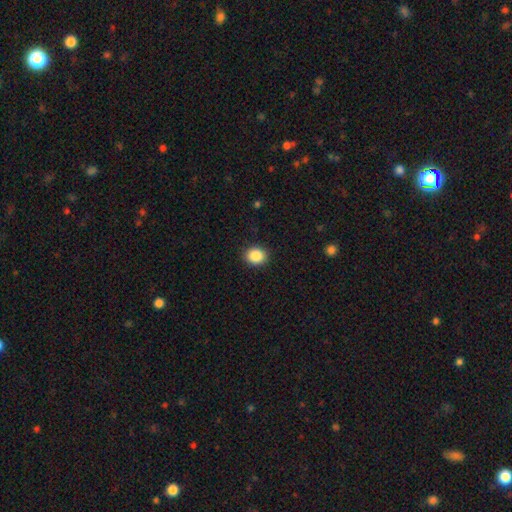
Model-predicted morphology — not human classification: Smooth or featured? Predicted: smooth (p=0.87). How rounded? Predicted: round (p=0.63). Merging? Predicted: none (p=0.91).